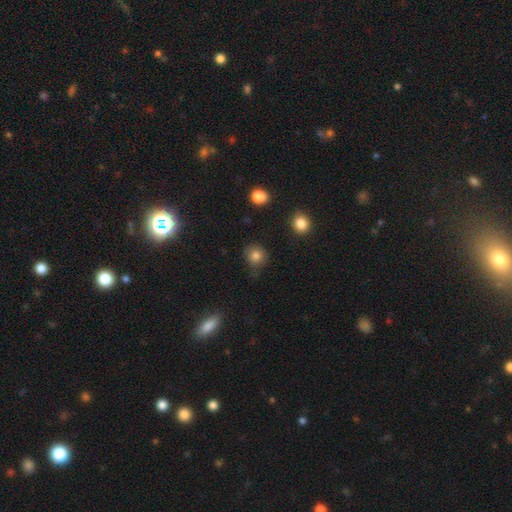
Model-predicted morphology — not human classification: A smooth galaxy with no disk features (80%) that is round (87%). Merging: none (74%).